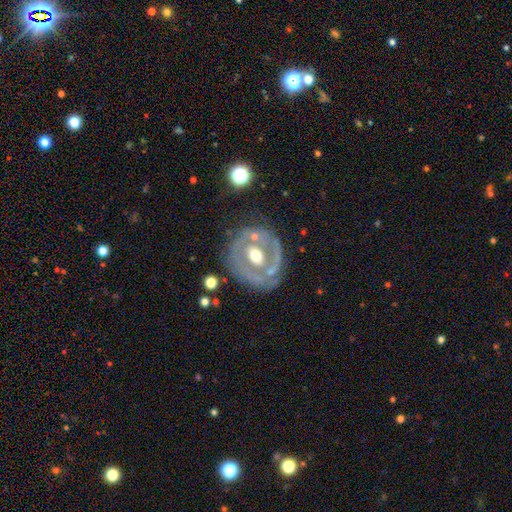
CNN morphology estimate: Smooth or featured? featured or disk (69%)
Edge-on disk? no (95%)
Bar? no (57%)
Spiral arms? no (68%)
Bulge size? moderate (74%)
Merging? none (67%)